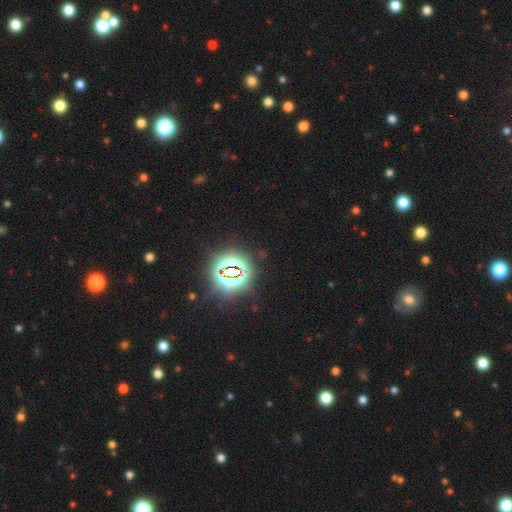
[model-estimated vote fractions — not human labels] star or artifact 84%, smooth 10%, featured or disk 6%.